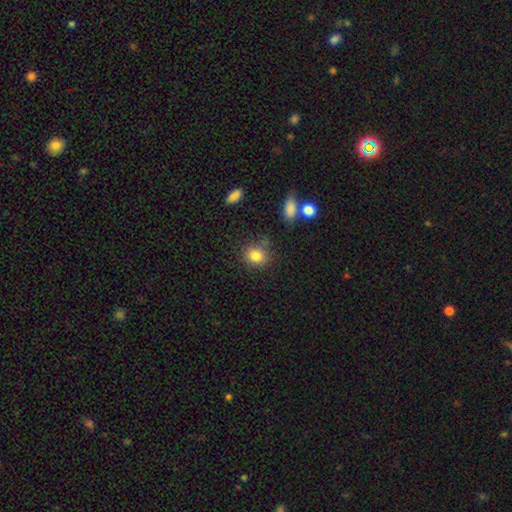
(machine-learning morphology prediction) smooth-or-featured: smooth: 83% | star or artifact: 10% | featured or disk: 7%
  how-rounded: round: 72% | in between: 27% | cigar-shaped: 1%
  merging: none: 77% | minor disturbance: 13% | merger: 5% | major disturbance: 4%